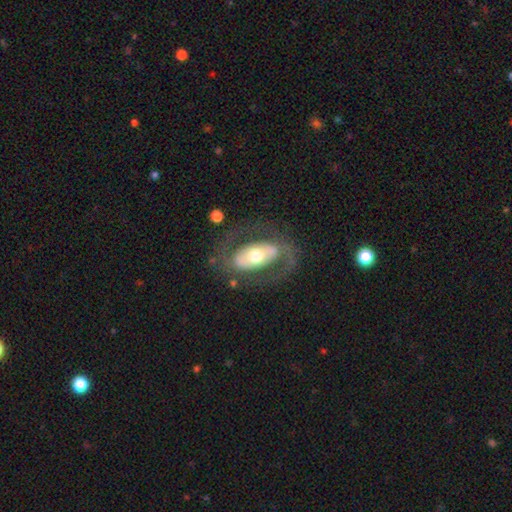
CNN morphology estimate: smooth-or-featured: featured or disk: 72% | smooth: 23% | star or artifact: 5%
  disk-edge-on: no: 92% | yes: 8%
    bar: no: 45% | strong: 30% | weak: 24%
    has-spiral-arms: yes: 61% | no: 39%
    bulge-size: moderate: 63% | large: 23% | small: 11% | dominant: 3% | none: 1%
  merging: none: 71% | major disturbance: 14% | minor disturbance: 13% | merger: 2%